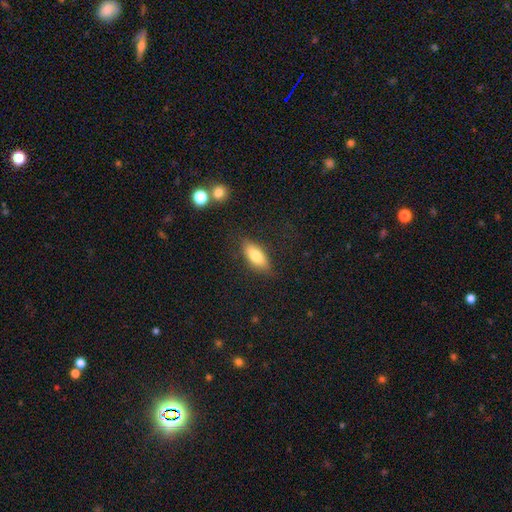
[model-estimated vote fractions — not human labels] Q: Smooth or featured?
A: smooth (77%); runner-up: featured or disk (16%)
Q: How rounded?
A: in between (79%); runner-up: cigar-shaped (19%)
Q: Merging?
A: none (82%); runner-up: minor disturbance (13%)